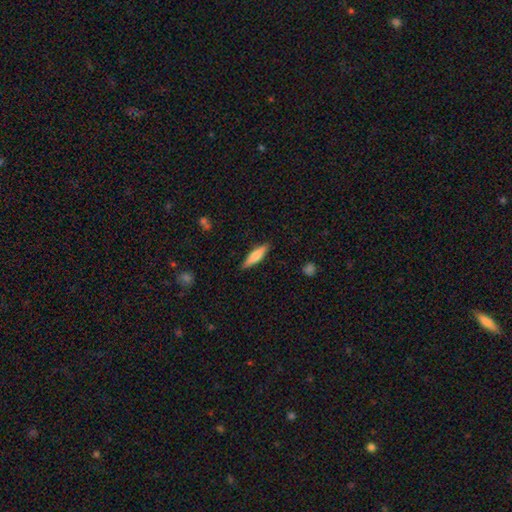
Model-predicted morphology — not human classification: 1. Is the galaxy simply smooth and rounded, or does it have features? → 65% smooth, 29% featured or disk, 6% star or artifact.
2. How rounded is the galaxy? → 76% cigar-shaped, 22% in between, 2% round.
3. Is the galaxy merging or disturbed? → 88% none, 9% minor disturbance, 2% major disturbance, 1% merger.